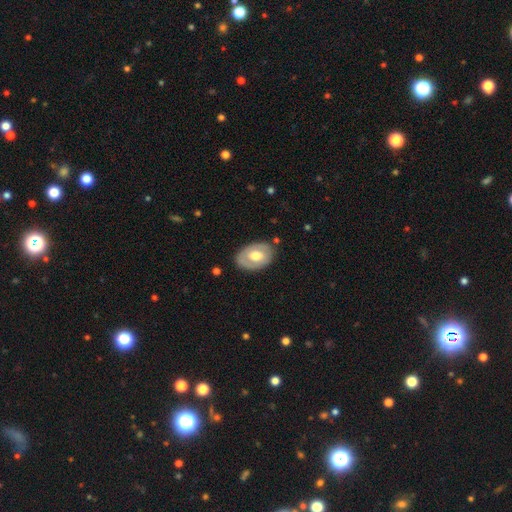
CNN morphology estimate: Overall: smooth (50%; featured or disk 44%). How rounded: in between (84%). Merging: none (80%).